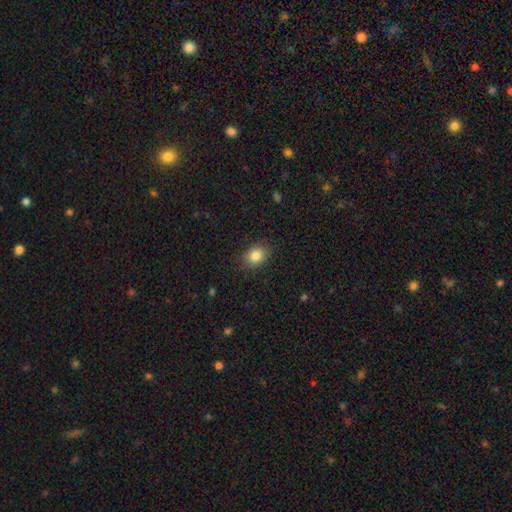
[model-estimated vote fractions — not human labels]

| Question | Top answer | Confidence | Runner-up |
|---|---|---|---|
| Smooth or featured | smooth | 84% | star or artifact (10%) |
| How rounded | in between | 52% | round (47%) |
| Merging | none | 87% | minor disturbance (9%) |